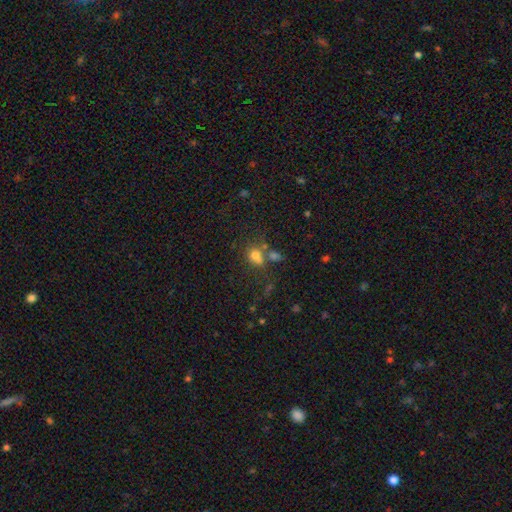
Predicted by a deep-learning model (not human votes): smooth-or-featured: smooth: 72% | star or artifact: 15% | featured or disk: 13%
  how-rounded: round: 57% | in between: 42% | cigar-shaped: 2%
  merging: none: 42% | merger: 35% | minor disturbance: 14% | major disturbance: 9%